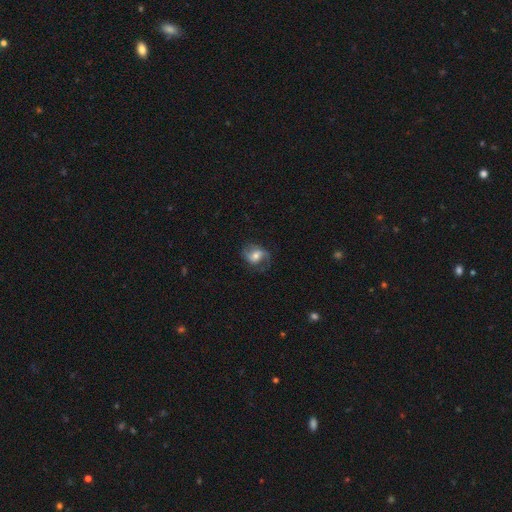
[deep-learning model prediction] smooth-or-featured: featured or disk: 55% | smooth: 37% | star or artifact: 8%
  disk-edge-on: no: 96% | yes: 4%
    bar: no: 44% | weak: 41% | strong: 15%
    has-spiral-arms: yes: 86% | no: 14%
    bulge-size: moderate: 60% | small: 23% | large: 12% | none: 3% | dominant: 2%
  merging: none: 62% | minor disturbance: 22% | major disturbance: 15% | merger: 1%